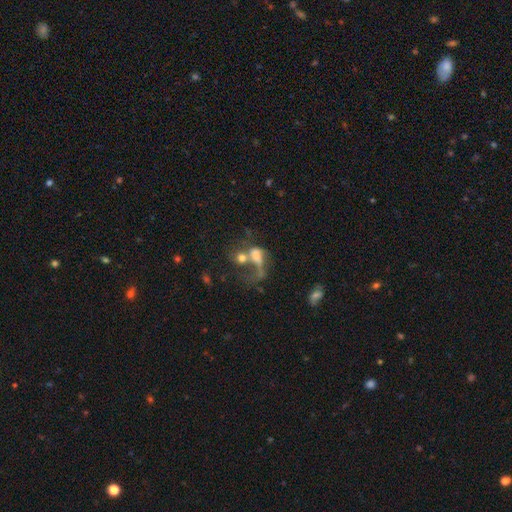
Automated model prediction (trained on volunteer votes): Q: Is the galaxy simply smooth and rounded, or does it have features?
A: smooth — 44%.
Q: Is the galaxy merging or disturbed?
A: merger — 53%.